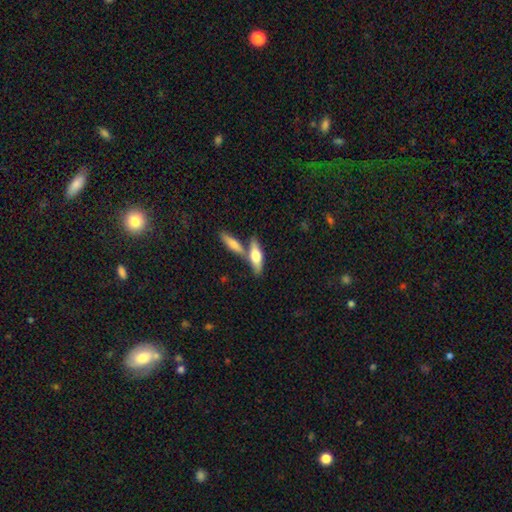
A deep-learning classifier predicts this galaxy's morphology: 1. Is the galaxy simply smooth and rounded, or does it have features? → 60% smooth, 34% featured or disk, 6% star or artifact.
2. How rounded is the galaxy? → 50% in between, 47% cigar-shaped, 3% round.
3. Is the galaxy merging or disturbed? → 51% none, 37% merger, 9% minor disturbance, 3% major disturbance.